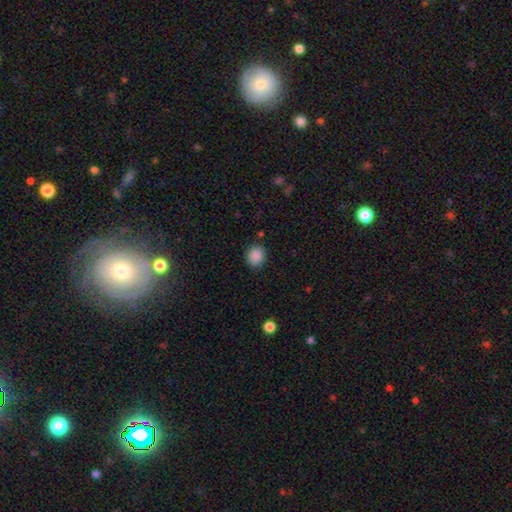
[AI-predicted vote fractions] The model was most divided on "how rounded": round: 73%, in between: 26%, cigar-shaped: 1%. More confident: smooth or featured — smooth (88%); merging — none (87%).